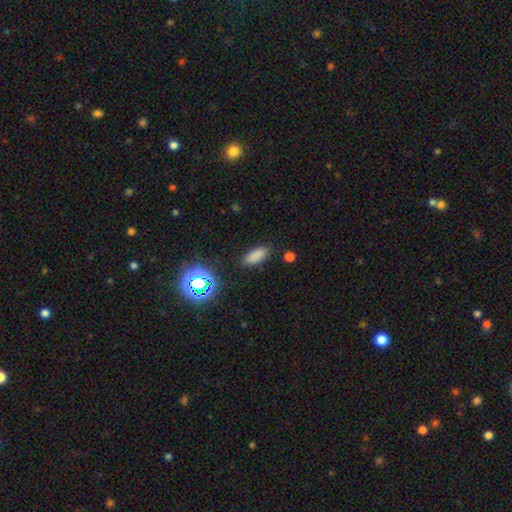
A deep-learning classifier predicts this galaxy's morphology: smooth 80%, star or artifact 15%, featured or disk 5%. Down the decision tree: how rounded — in between (79%); merging — none (86%).